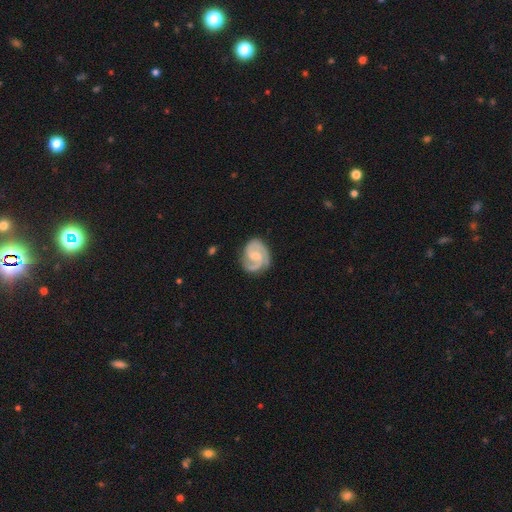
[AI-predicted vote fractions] Overall: featured or disk (88%). Edge-on disk: no (98%). Bar: weak (46%; no 44%). Spiral arms: yes (98%). Spiral arm count: 2 (79%). Spiral winding: medium (49%; tight 41%). Bulge size: small (52%; moderate 39%). Merging: none (75%).